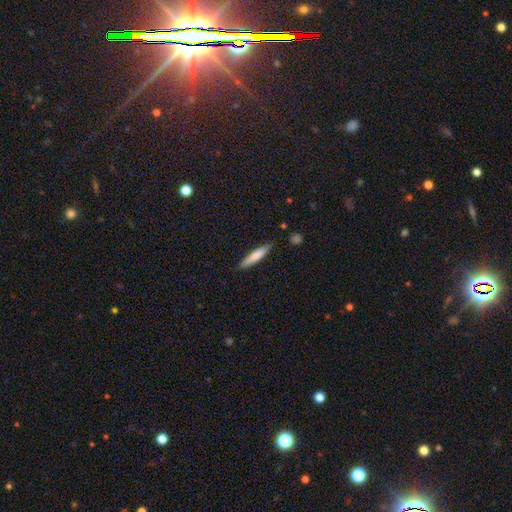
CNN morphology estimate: smooth_or_featured: smooth (p=0.74) [alt: featured or disk p=0.20]
how_rounded: cigar-shaped (p=0.89) [alt: in between p=0.10]
merging: none (p=0.84) [alt: minor disturbance p=0.12]